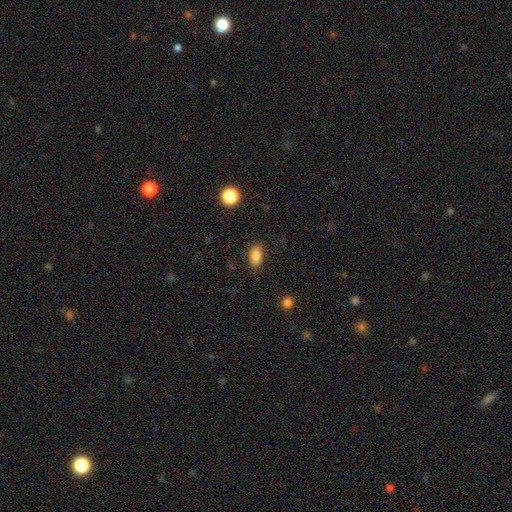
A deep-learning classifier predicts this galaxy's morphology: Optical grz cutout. It shows a smooth galaxy with no disk features (86%) that is in between round and cigar-shaped (89%). Merging: none (86%).